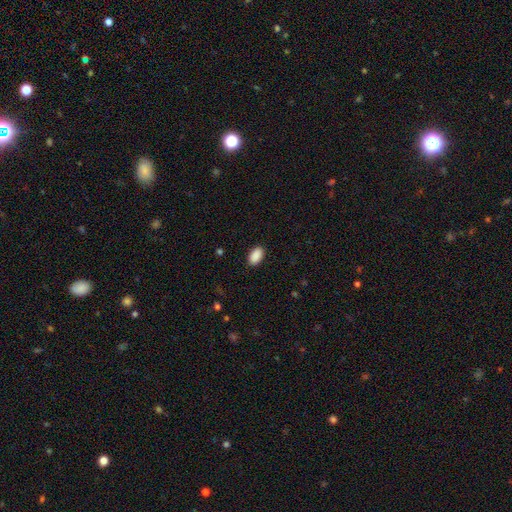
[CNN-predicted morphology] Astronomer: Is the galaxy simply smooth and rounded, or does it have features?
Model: smooth — 90%.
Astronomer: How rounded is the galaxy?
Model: in between — 94%.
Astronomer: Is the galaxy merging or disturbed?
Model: none — 89%.